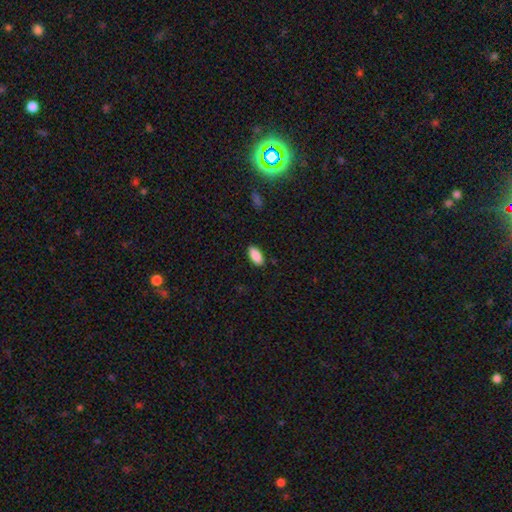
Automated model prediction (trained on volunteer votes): Q: Smooth or featured?
A: smooth (89%); runner-up: star or artifact (7%)
Q: How rounded?
A: in between (90%); runner-up: cigar-shaped (8%)
Q: Merging?
A: none (87%); runner-up: minor disturbance (9%)